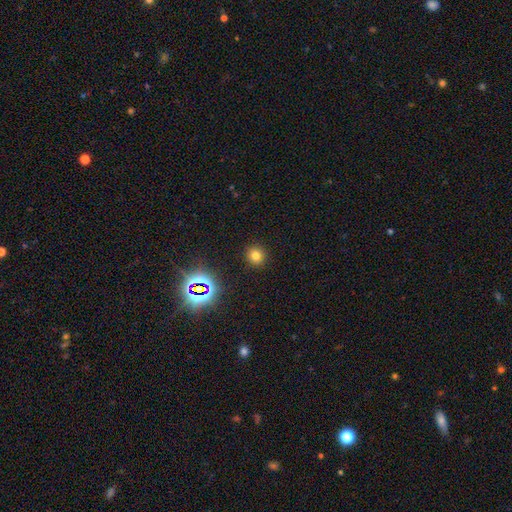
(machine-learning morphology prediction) The model was most divided on "smooth or featured": smooth: 72%, star or artifact: 21%, featured or disk: 7%. More confident: merging — none (91%); how rounded — round (89%).